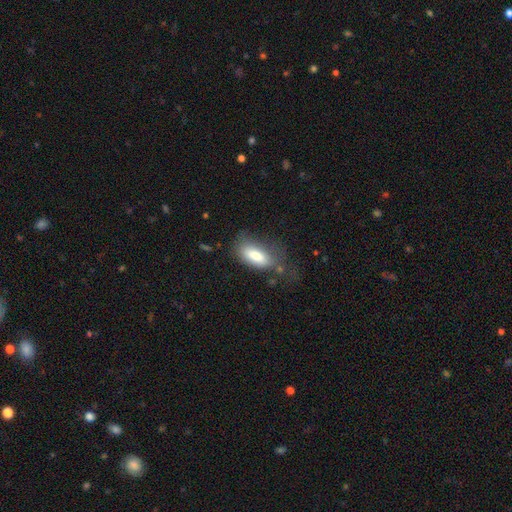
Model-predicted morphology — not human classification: smooth_or_featured: smooth (p=0.77) [alt: featured or disk p=0.16]
how_rounded: in between (p=0.86) [alt: cigar-shaped p=0.11]
merging: none (p=0.44) [alt: minor disturbance p=0.28]